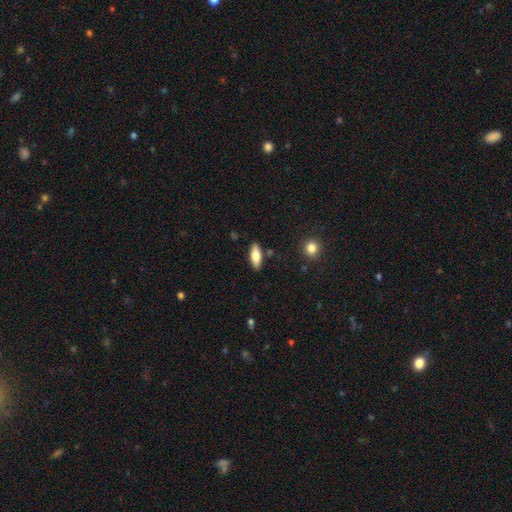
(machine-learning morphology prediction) smooth-or-featured: smooth: 75% | featured or disk: 18% | star or artifact: 6%
  how-rounded: in between: 74% | cigar-shaped: 23% | round: 2%
  merging: none: 85% | minor disturbance: 10% | merger: 2% | major disturbance: 2%